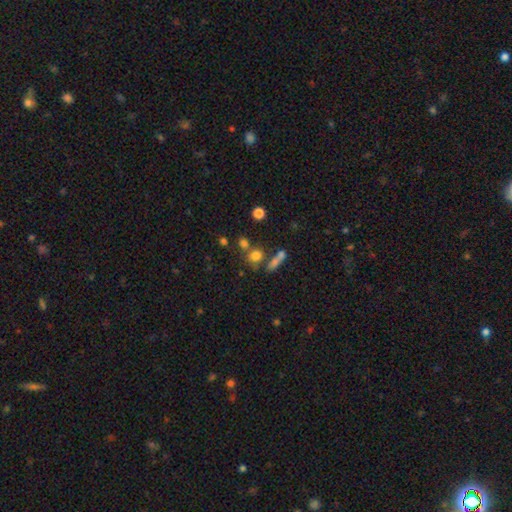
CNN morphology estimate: Smooth or featured?
  - smooth: 74% *
  - star or artifact: 15%
  - featured or disk: 11%
How rounded?
  - round: 75% *
  - in between: 21%
  - cigar-shaped: 4%
Merging?
  - none: 56% *
  - merger: 28%
  - minor disturbance: 10%
  - major disturbance: 5%